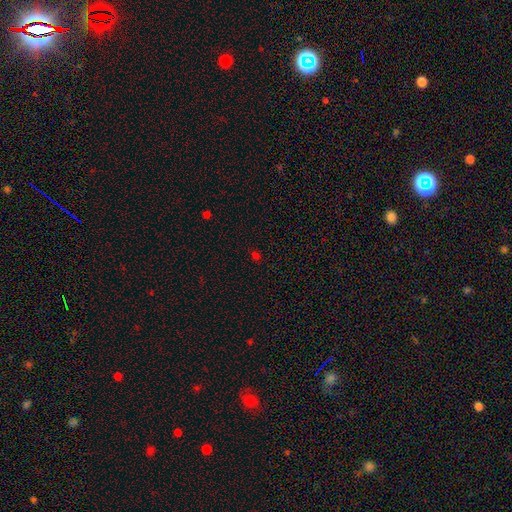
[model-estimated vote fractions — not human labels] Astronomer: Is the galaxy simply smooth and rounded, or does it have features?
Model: smooth — 52% (runner-up: star or artifact, 42%).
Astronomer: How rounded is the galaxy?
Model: round — 59% (runner-up: in between, 39%).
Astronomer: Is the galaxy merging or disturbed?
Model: none — 81%.